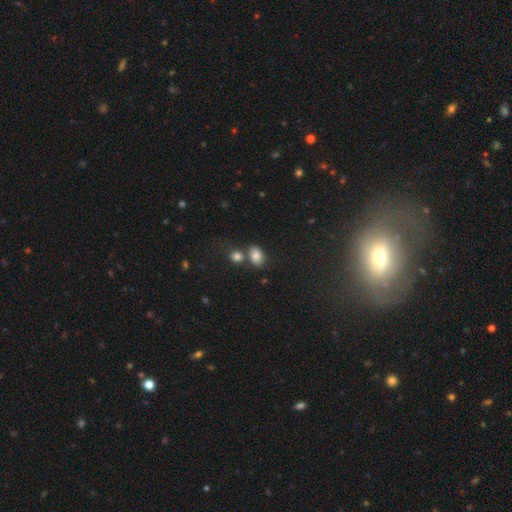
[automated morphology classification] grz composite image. It shows a smooth galaxy with no disk features (82%) that is in between round and cigar-shaped (71%). Merging: none (49%).